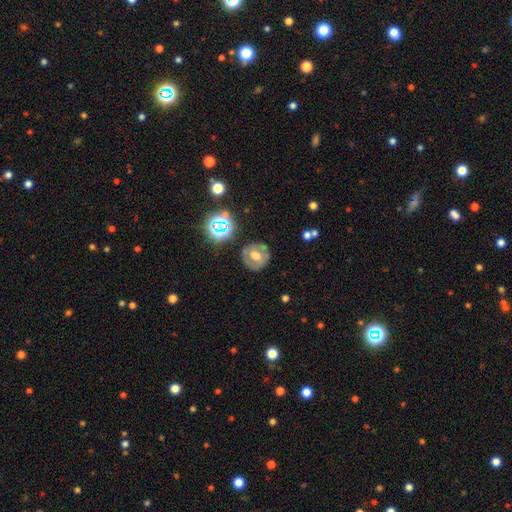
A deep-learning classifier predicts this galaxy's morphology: This is marginally a smooth galaxy (45%). Merging: likely none (79%).